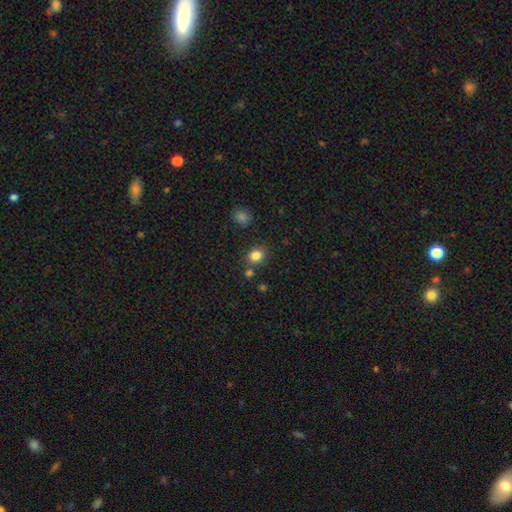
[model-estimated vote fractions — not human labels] This is clearly a smooth galaxy (84%). How rounded: likely round (69%). Merging: likely none (77%).